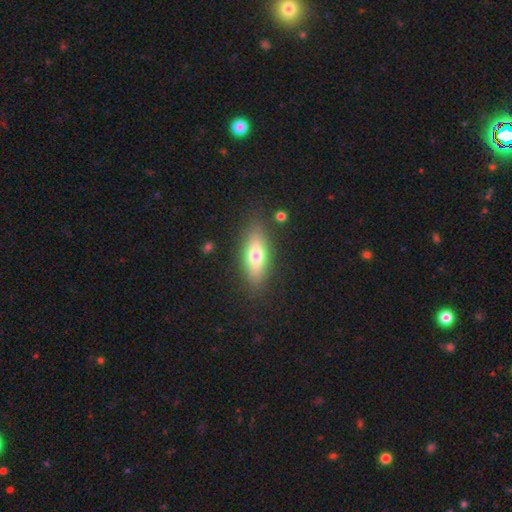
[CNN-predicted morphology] smooth_or_featured: smooth (p=0.64) [alt: featured or disk p=0.28]
how_rounded: in between (p=0.61) [alt: cigar-shaped p=0.36]
merging: none (p=0.84) [alt: minor disturbance p=0.11]